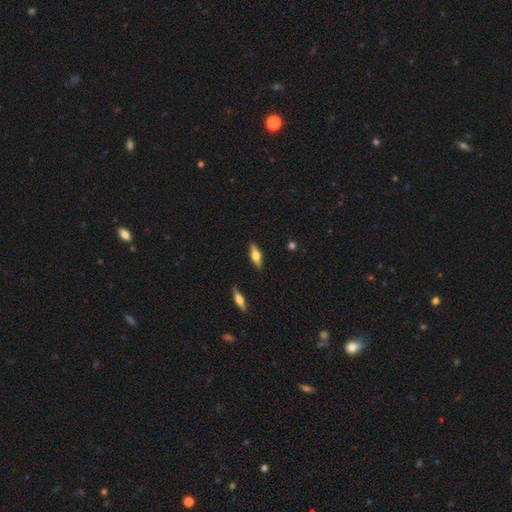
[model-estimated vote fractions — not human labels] smooth-or-featured: smooth: 51% | featured or disk: 42% | star or artifact: 7%
  how-rounded: in between: 59% | cigar-shaped: 38% | round: 3%
  merging: none: 87% | minor disturbance: 9% | major disturbance: 2% | merger: 2%